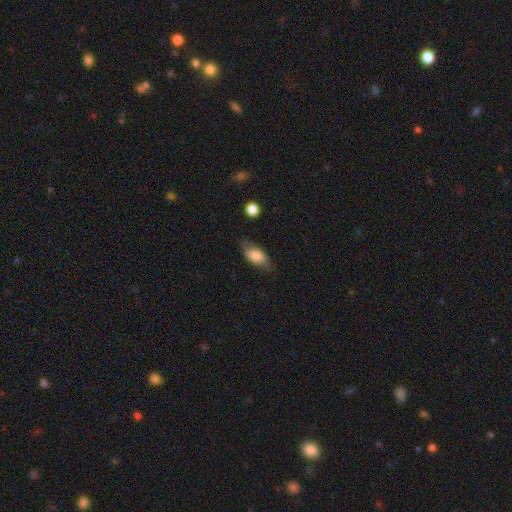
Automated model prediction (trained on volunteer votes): Smooth or featured?
  - smooth: 76% *
  - featured or disk: 16%
  - star or artifact: 8%
How rounded?
  - in between: 87% *
  - cigar-shaped: 8%
  - round: 5%
Merging?
  - none: 67% *
  - minor disturbance: 24%
  - major disturbance: 7%
  - merger: 2%